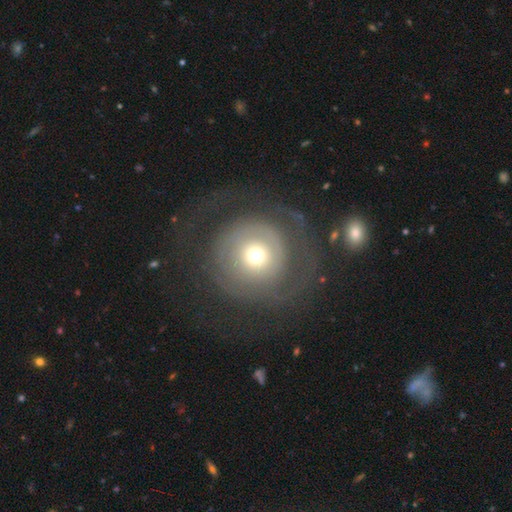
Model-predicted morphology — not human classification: Smooth or featured?
  - featured or disk: 55% *
  - smooth: 36%
  - star or artifact: 9%
Edge-on disk?
  - no: 97% *
  - yes: 3%
Bar?
  - no: 89% *
  - weak: 8%
  - strong: 3%
Spiral arms?
  - yes: 58% *
  - no: 42%
Bulge size?
  - moderate: 54% *
  - small: 32%
  - large: 10%
  - dominant: 3%
  - none: 1%
Merging?
  - none: 54% *
  - major disturbance: 30%
  - minor disturbance: 14%
  - merger: 2%